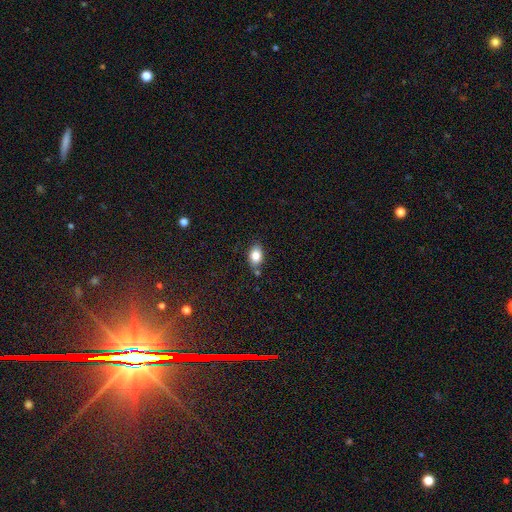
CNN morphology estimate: A smooth galaxy with no disk features (82%) that is in between round and cigar-shaped (83%).

Vote fractions:
- Smooth or featured? smooth: 82% / star or artifact: 9% / featured or disk: 9%
- How rounded? in between: 83% / round: 15% / cigar-shaped: 2%
- Merging? none: 75% / minor disturbance: 16% / merger: 6% / major disturbance: 3%